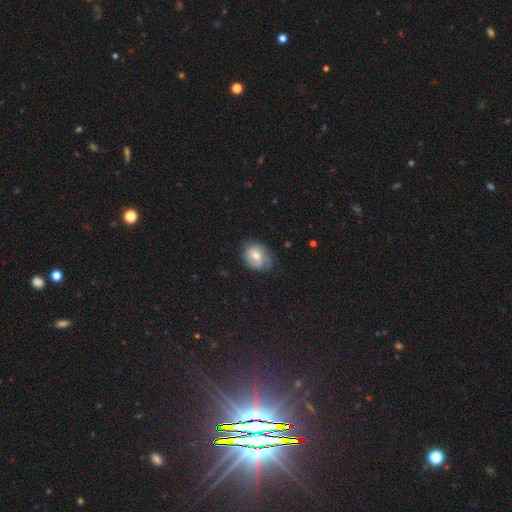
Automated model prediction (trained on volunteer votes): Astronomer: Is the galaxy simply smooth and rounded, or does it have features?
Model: featured or disk — 46% (runner-up: smooth, 45%).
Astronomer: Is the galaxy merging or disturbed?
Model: none — 63%.